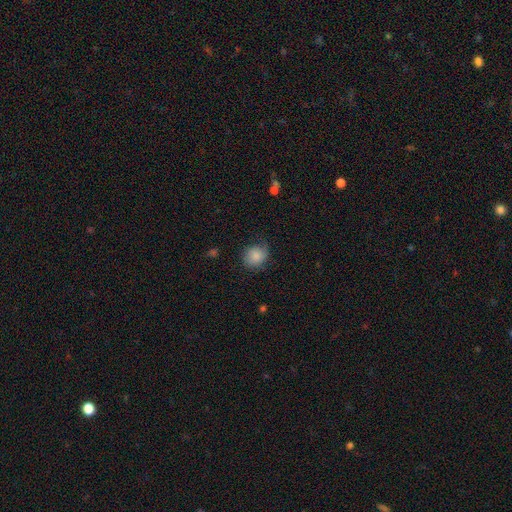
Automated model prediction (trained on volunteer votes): This appears to be a smooth galaxy with no disk features (82%) that is round (74%). Merging: none (64%).